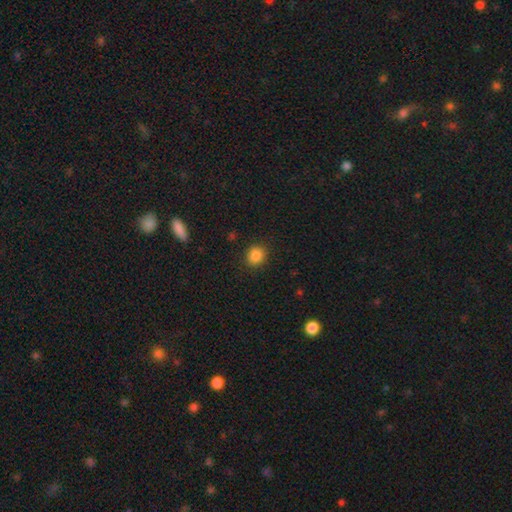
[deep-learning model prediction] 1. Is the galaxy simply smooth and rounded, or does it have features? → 85% smooth, 11% star or artifact, 5% featured or disk.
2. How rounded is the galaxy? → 71% round, 28% in between, 1% cigar-shaped.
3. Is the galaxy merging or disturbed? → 88% none, 8% minor disturbance, 2% major disturbance, 1% merger.